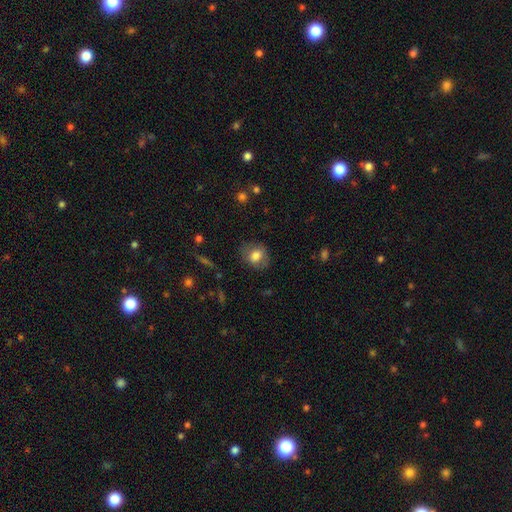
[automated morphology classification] smooth_or_featured: smooth (p=0.73) [alt: featured or disk p=0.18]
how_rounded: round (p=0.56) [alt: in between p=0.43]
merging: none (p=0.78) [alt: minor disturbance p=0.15]